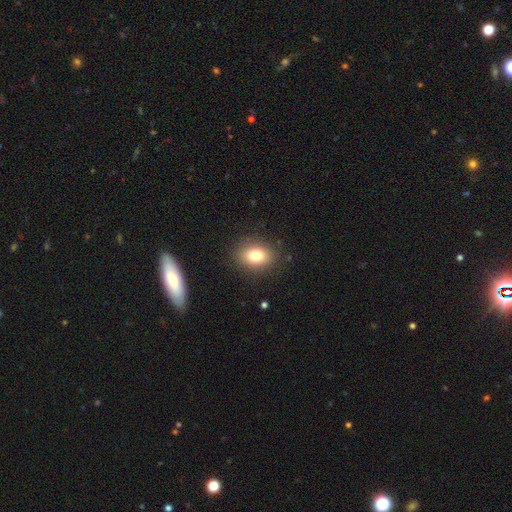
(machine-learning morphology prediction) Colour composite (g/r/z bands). It shows a smooth galaxy with no disk features (79%) that is in between round and cigar-shaped (66%). Merging: none (87%).